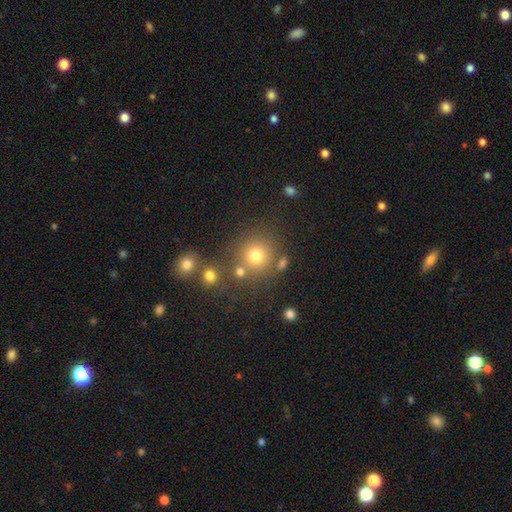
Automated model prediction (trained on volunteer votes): This appears to be a smooth galaxy with no disk features (74%) that is round (90%). Merging: none (73%).